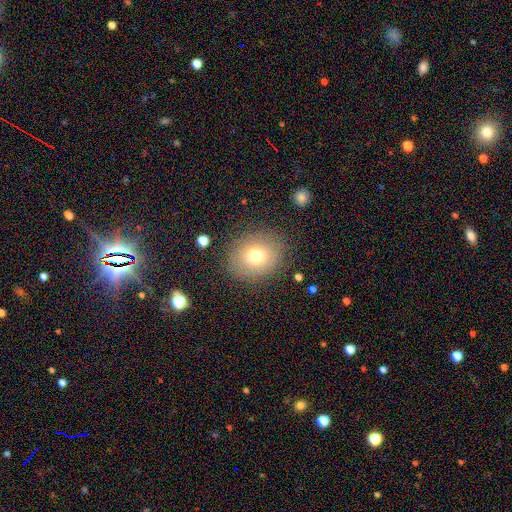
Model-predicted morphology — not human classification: Smooth or featured: smooth — 73% (featured or disk — 15%)
How rounded: round — 66% (in between — 33%)
Merging: none — 84% (minor disturbance — 11%)